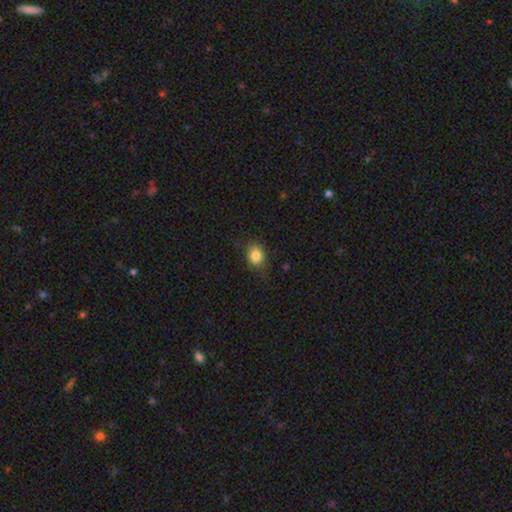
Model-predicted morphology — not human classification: A smooth galaxy with no disk features (84%) that is round (50%). Merging: none (80%).